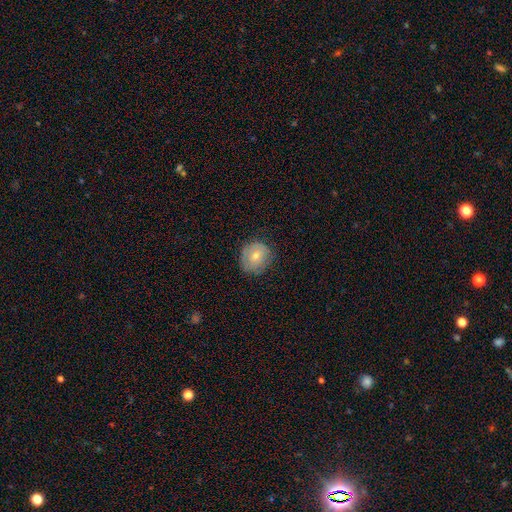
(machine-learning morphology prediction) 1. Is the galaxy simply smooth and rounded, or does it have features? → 58% smooth, 34% featured or disk, 9% star or artifact.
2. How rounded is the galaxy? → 80% round, 19% in between, 1% cigar-shaped.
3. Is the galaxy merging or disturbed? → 77% none, 18% minor disturbance, 4% major disturbance, 1% merger.